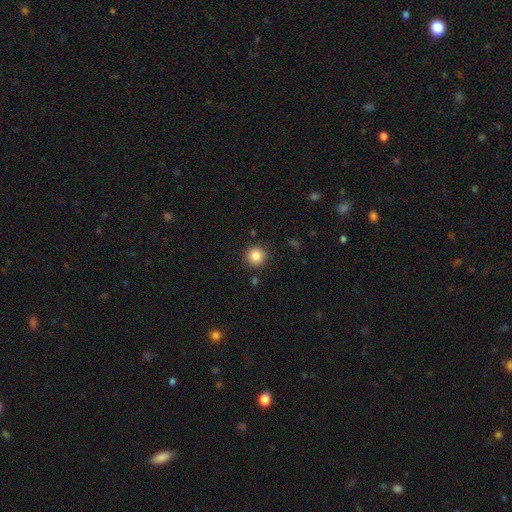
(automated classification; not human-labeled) Morphology: type=smooth (86%); roundness=round (94%); merging=none (88%).